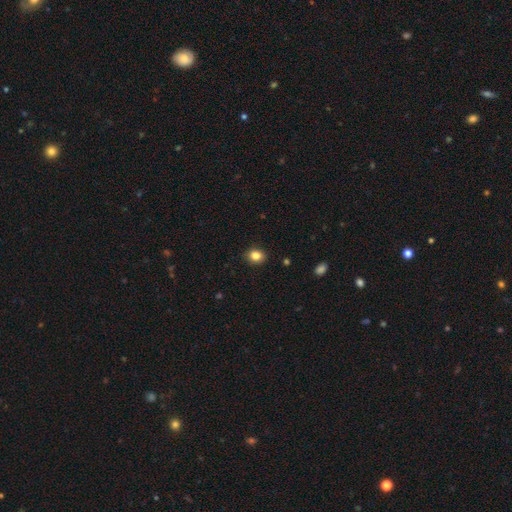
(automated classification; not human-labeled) Overall: smooth (84%). How rounded: round (53%; in between 46%). Merging: none (88%).